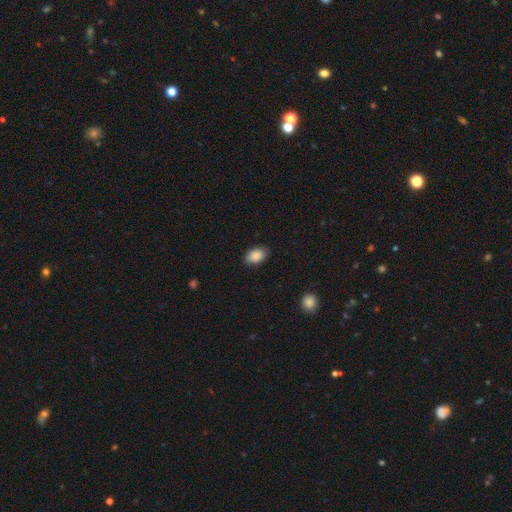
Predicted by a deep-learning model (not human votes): smooth 89%, star or artifact 7%, featured or disk 4%. Down the decision tree: how rounded — in between (88%); merging — none (85%).